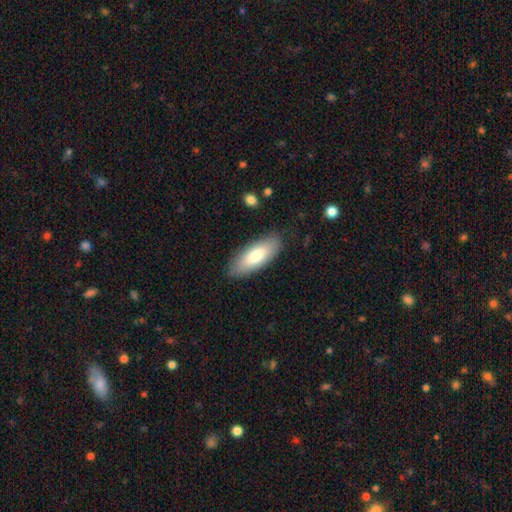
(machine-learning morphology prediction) Smooth or featured: smooth — 78% (featured or disk — 16%)
How rounded: in between — 74% (cigar-shaped — 24%)
Merging: none — 86% (minor disturbance — 11%)